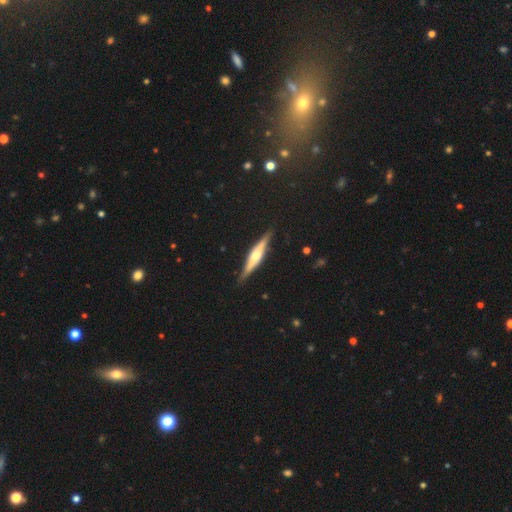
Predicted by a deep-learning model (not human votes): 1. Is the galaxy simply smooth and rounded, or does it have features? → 73% featured or disk, 21% smooth, 6% star or artifact.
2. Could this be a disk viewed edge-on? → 96% yes, 4% no.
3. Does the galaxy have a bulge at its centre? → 80% rounded, 15% boxy, 4% none.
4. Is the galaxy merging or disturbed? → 87% none, 10% minor disturbance, 2% major disturbance, 1% merger.